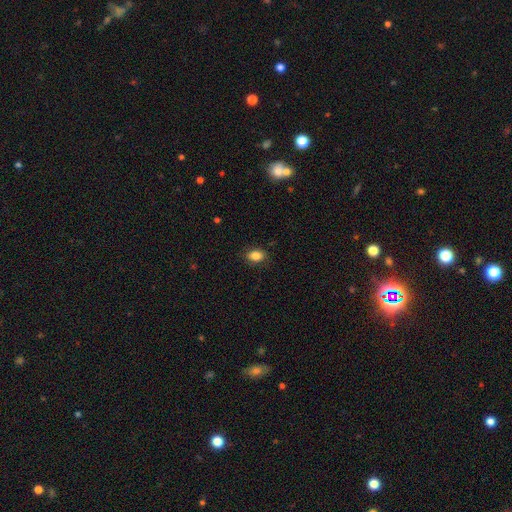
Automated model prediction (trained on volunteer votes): smooth 85%, star or artifact 9%, featured or disk 6%. Down the decision tree: how rounded — in between (78%); merging — none (86%).